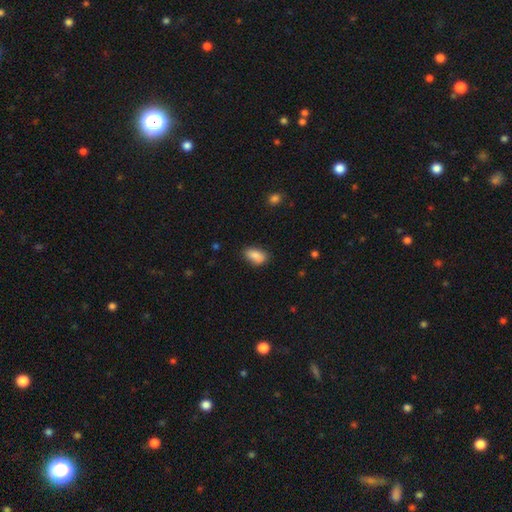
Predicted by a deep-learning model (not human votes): Smooth or featured: smooth — 87% (star or artifact — 7%)
How rounded: in between — 91% (round — 5%)
Merging: none — 78% (minor disturbance — 17%)